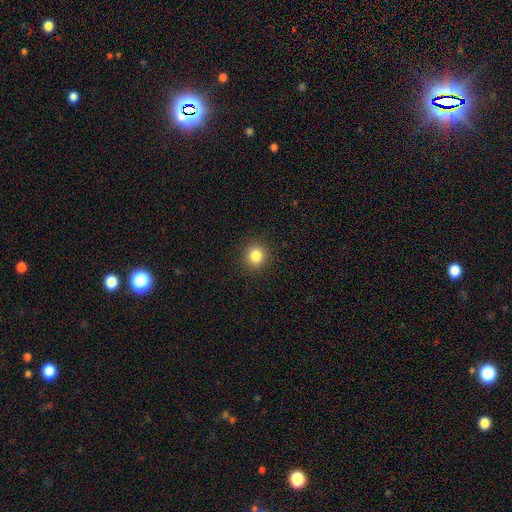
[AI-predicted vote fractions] Smooth or featured? smooth (84%)
How rounded? round (90%)
Merging? none (92%)